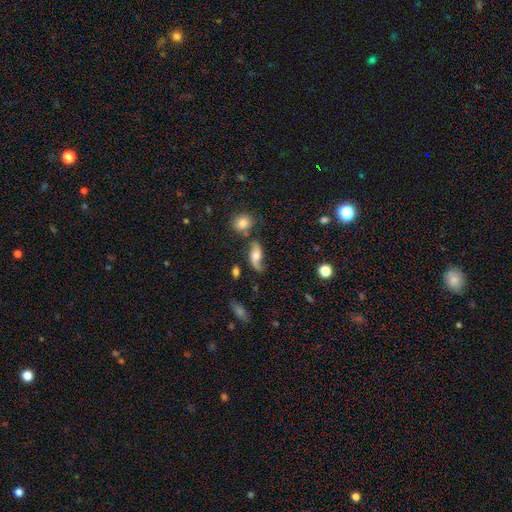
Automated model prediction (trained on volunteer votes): Morphology: type=featured or disk (62%); edge-on=no (90%); bar=no (65%); spiral arms=yes (89%); bulge=moderate (55%); merging=none (53%).